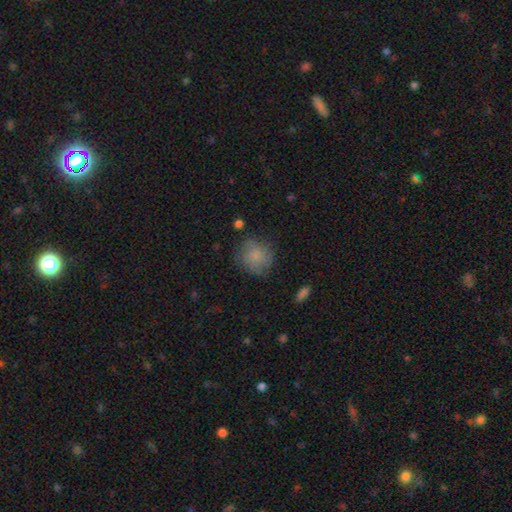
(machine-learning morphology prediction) A smooth galaxy with no disk features (75%) that is round (83%). Merging: none (69%).